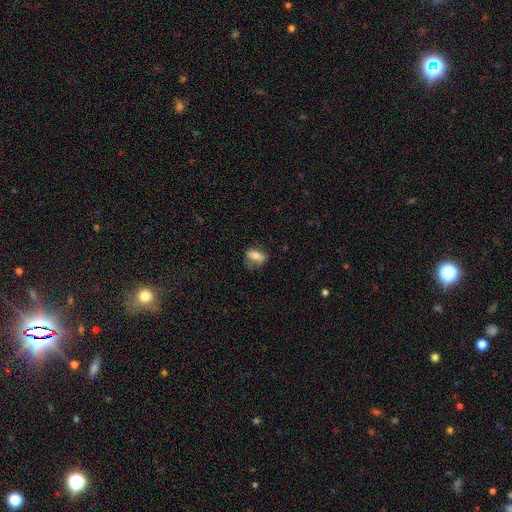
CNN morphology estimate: This is likely a smooth galaxy (71%). How rounded: likely in between (79%). Merging: likely none (61%).